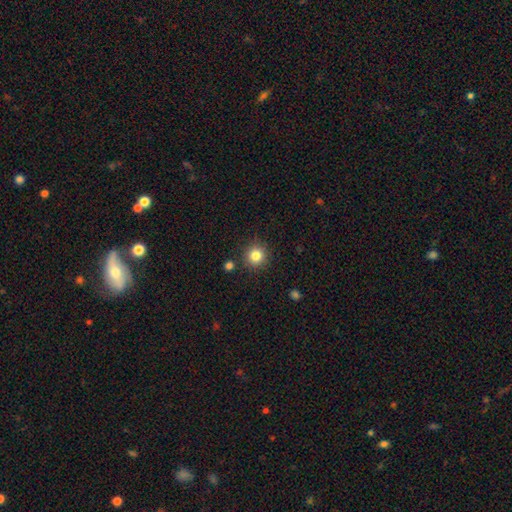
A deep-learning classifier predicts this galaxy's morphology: Q: Smooth or featured?
A: smooth (83%); runner-up: star or artifact (12%)
Q: How rounded?
A: round (94%); runner-up: in between (6%)
Q: Merging?
A: none (88%); runner-up: minor disturbance (7%)